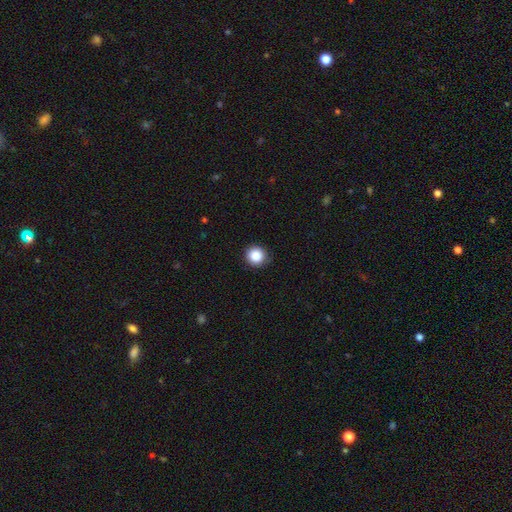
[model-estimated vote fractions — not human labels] A smooth galaxy with no disk features (87%) that is round (94%). Merging: none (89%).